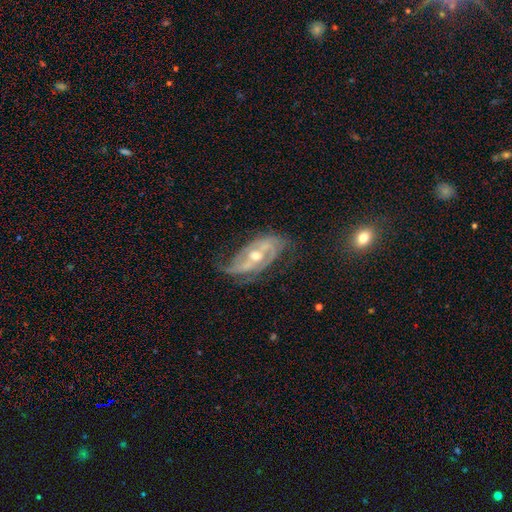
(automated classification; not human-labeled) This is clearly a featured or disk galaxy (87%). It is clearly not viewed edge-on (93%). Bar: marginally no (41%). Spiral arm pattern: clearly yes (93%). Spiral arm count: possibly 2 (52%). Spiral winding: marginally medium (41%). Central bulge: likely moderate (67%). Merging: possibly none (57%).